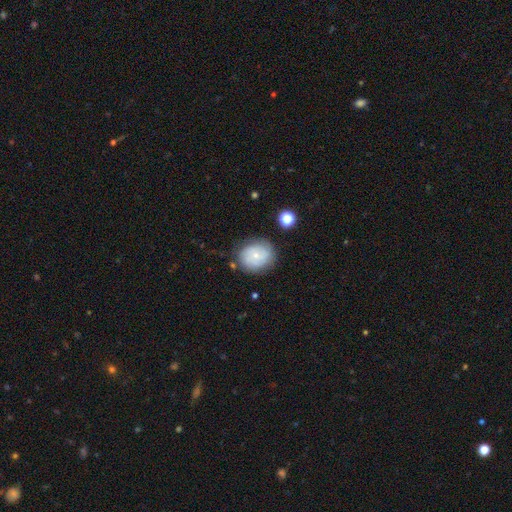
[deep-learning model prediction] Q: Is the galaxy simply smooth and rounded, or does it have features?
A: smooth — 49%.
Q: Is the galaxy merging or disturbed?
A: none — 76%.